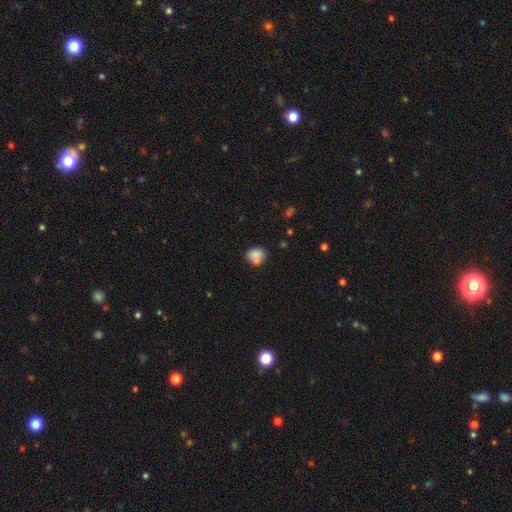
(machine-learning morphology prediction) This is clearly a smooth galaxy (81%). How rounded: likely round (61%). Merging: possibly none (58%).